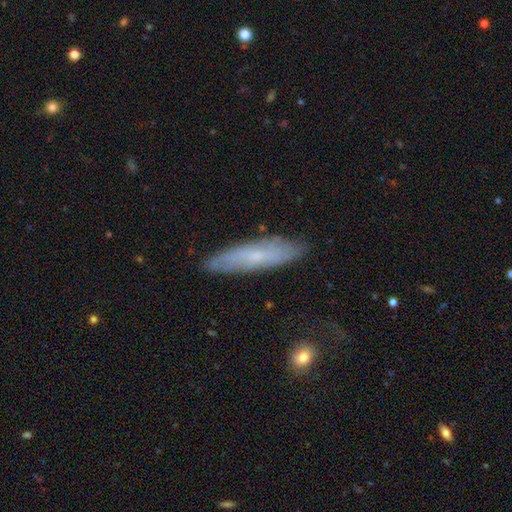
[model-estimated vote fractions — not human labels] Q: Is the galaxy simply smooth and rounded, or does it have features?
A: featured or disk — 47%.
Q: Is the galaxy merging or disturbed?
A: none — 83%.